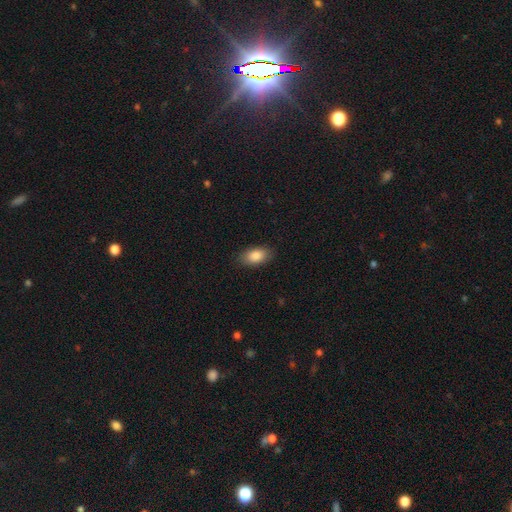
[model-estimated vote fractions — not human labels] smooth 86%, star or artifact 7%, featured or disk 7%. Down the decision tree: how rounded — in between (92%); merging — none (86%).